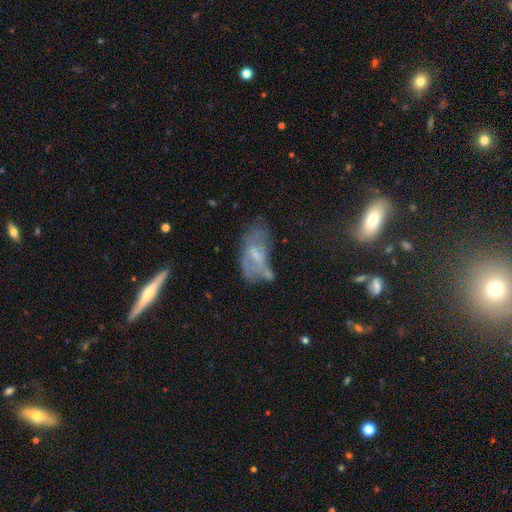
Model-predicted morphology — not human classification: Smooth or featured? featured or disk (50%)
Merging? none (37%)